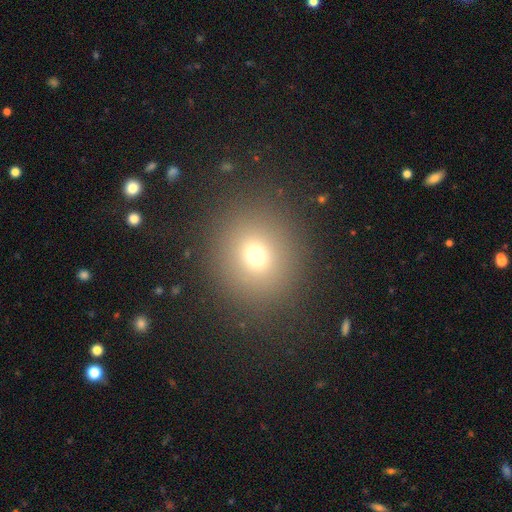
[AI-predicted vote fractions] A smooth galaxy with no disk features (71%) that is round (85%).

Vote fractions:
- Smooth or featured? smooth: 71% / star or artifact: 19% / featured or disk: 10%
- How rounded? round: 85% / in between: 14% / cigar-shaped: 1%
- Merging? none: 88% / minor disturbance: 7% / major disturbance: 4% / merger: 2%